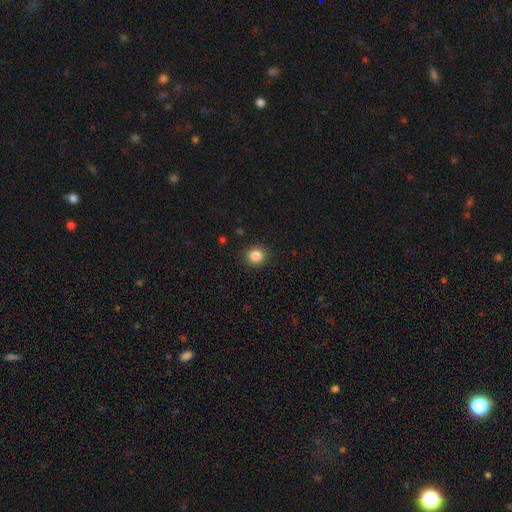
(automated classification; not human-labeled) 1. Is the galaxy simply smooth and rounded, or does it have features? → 85% smooth, 10% star or artifact, 5% featured or disk.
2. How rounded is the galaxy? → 84% round, 15% in between, 1% cigar-shaped.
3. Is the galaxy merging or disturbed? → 90% none, 7% minor disturbance, 2% major disturbance, 1% merger.